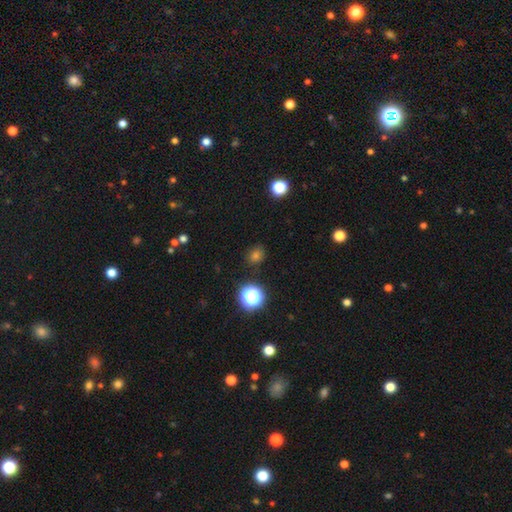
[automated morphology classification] smooth 69%, star or artifact 26%, featured or disk 6%. Down the decision tree: how rounded — round (74%); merging — none (87%).